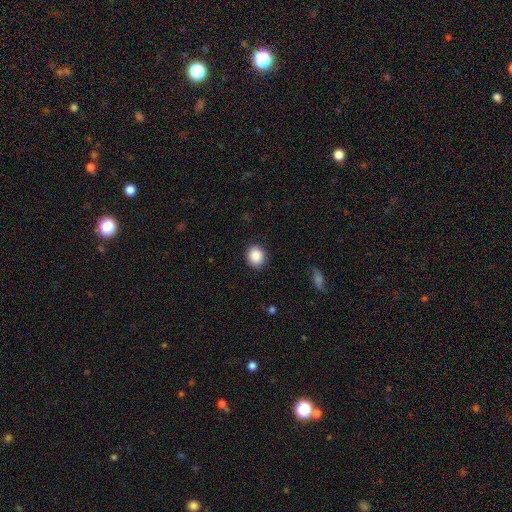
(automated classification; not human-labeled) This appears to be a smooth galaxy with no disk features (88%) that is round (74%). Merging: none (88%).